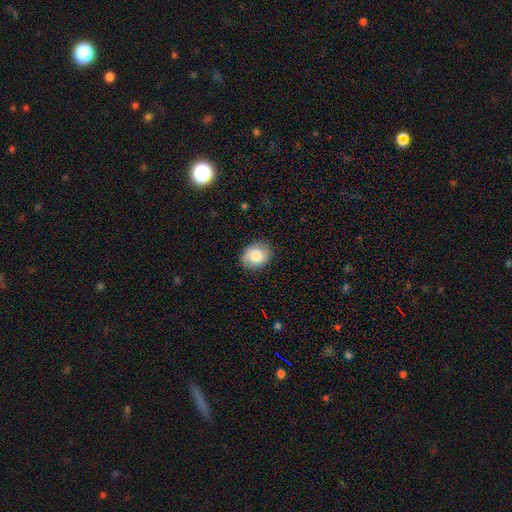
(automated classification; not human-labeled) Smooth or featured? smooth (81%)
How rounded? in between (52%)
Merging? none (86%)